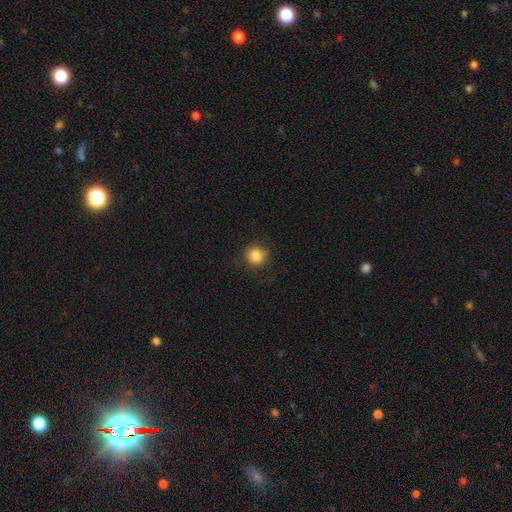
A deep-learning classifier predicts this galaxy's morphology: Q: Smooth or featured?
A: smooth (85%); runner-up: star or artifact (10%)
Q: How rounded?
A: round (90%); runner-up: in between (9%)
Q: Merging?
A: none (87%); runner-up: minor disturbance (10%)